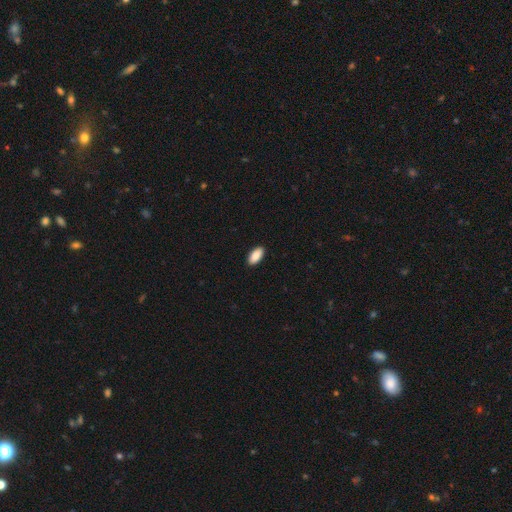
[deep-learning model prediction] A smooth galaxy with no disk features (90%) that is in between round and cigar-shaped (93%).

Vote fractions:
- Smooth or featured? smooth: 90% / star or artifact: 6% / featured or disk: 4%
- How rounded? in between: 93% / cigar-shaped: 5% / round: 2%
- Merging? none: 91% / minor disturbance: 7% / major disturbance: 2% / merger: 1%